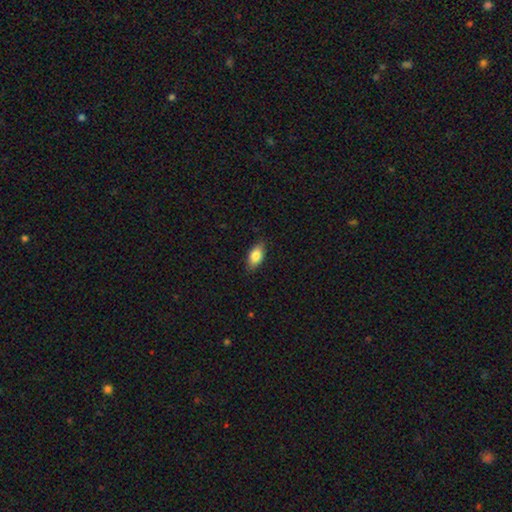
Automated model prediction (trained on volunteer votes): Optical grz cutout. It shows a smooth galaxy with no disk features (80%) that is in between round and cigar-shaped (89%). Merging: none (85%).